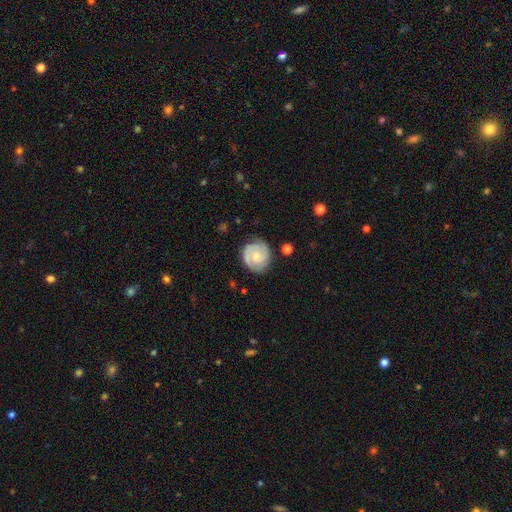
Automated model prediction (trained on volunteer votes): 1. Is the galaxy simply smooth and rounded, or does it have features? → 76% featured or disk, 18% smooth, 6% star or artifact.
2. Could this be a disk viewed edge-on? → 98% no, 2% yes.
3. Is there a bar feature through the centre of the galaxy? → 66% no, 29% weak, 5% strong.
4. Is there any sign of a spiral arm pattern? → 95% yes, 5% no.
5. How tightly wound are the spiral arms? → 63% tight, 31% medium, 6% loose.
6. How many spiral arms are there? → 72% 2, 11% can't tell, 10% 3, 3% 1, 2% 4, 2% more than 4.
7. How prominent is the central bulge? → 50% small, 41% moderate, 5% none, 3% large, 1% dominant.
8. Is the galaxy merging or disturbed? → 80% none, 14% minor disturbance, 4% major disturbance, 2% merger.